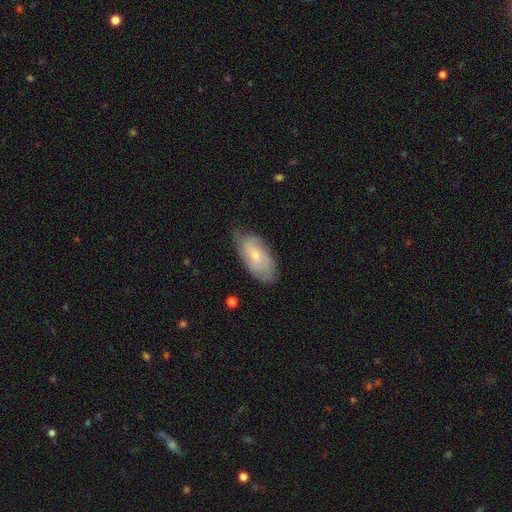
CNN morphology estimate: Smooth or featured? featured or disk (61%)
Edge-on disk? no (93%)
Bar? no (55%)
Spiral arms? yes (86%)
Bulge size? small (65%)
Merging? none (69%)